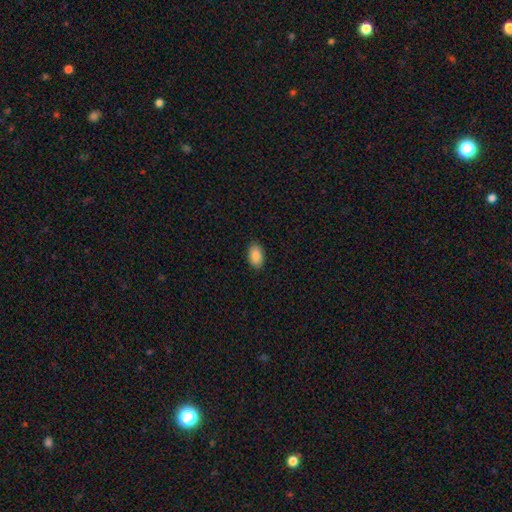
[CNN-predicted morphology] Smooth or featured? smooth (88%)
How rounded? in between (92%)
Merging? none (89%)